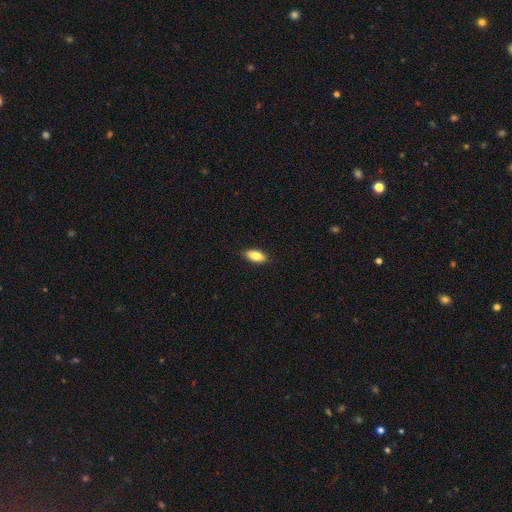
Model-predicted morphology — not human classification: smooth 81%, featured or disk 13%, star or artifact 7%. Down the decision tree: how rounded — in between (83%); merging — none (89%).